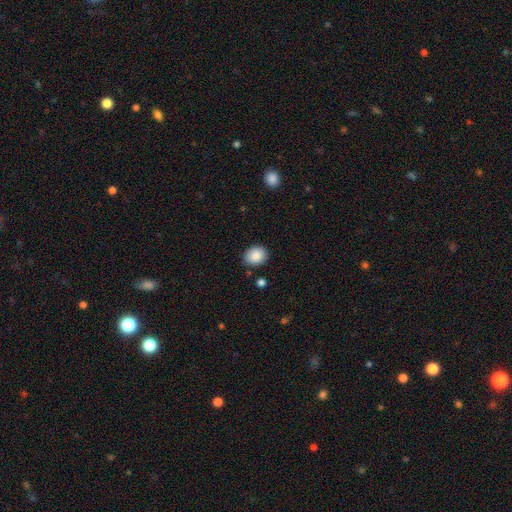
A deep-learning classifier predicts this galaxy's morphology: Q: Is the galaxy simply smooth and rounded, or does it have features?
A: smooth — 88%.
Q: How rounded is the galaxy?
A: round — 53%.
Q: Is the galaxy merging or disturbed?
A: none — 84%.